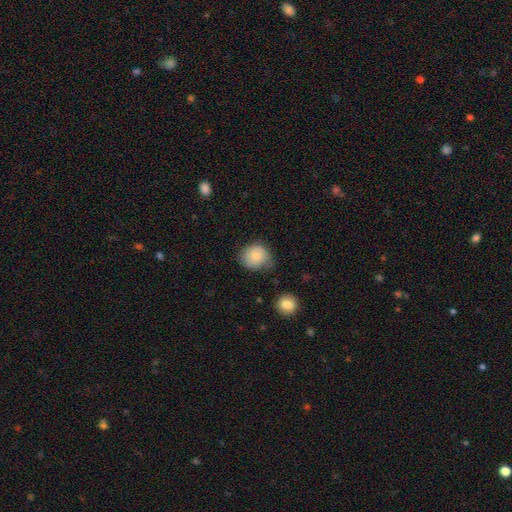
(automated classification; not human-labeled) This is likely a smooth galaxy (80%). How rounded: likely round (78%). Merging: possibly none (56%).